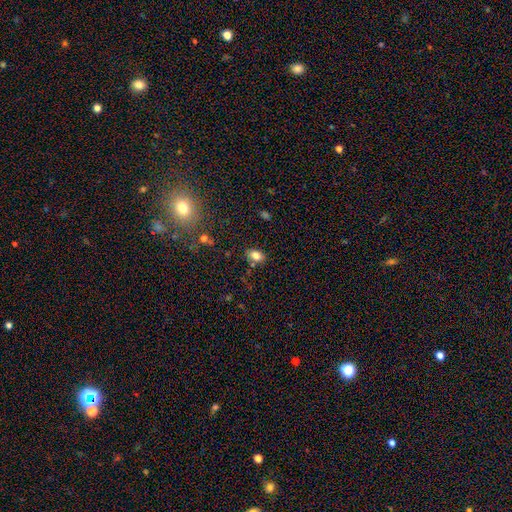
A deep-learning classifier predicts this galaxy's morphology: A smooth galaxy with no disk features (80%) that is in between round and cigar-shaped (81%). Merging: none (77%).